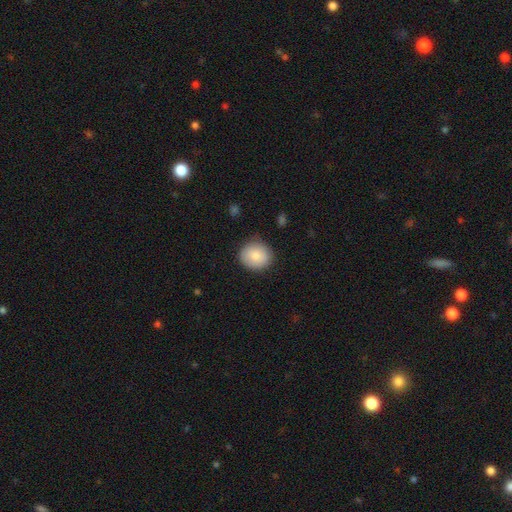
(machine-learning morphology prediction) This is clearly a smooth galaxy (85%). How rounded: clearly round (83%). Merging: clearly none (83%).